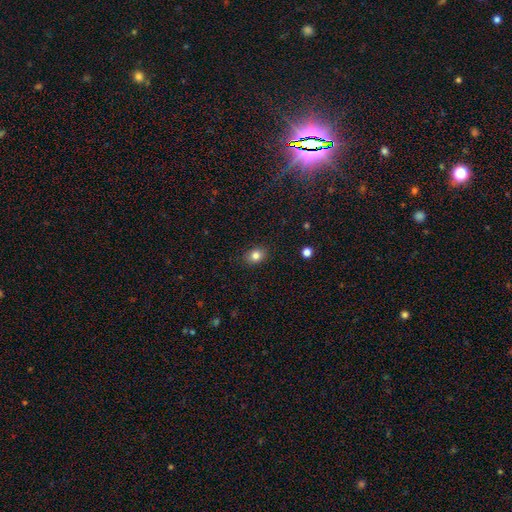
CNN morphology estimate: This is clearly a smooth galaxy (82%). How rounded: possibly in between (55%). Merging: clearly none (88%).